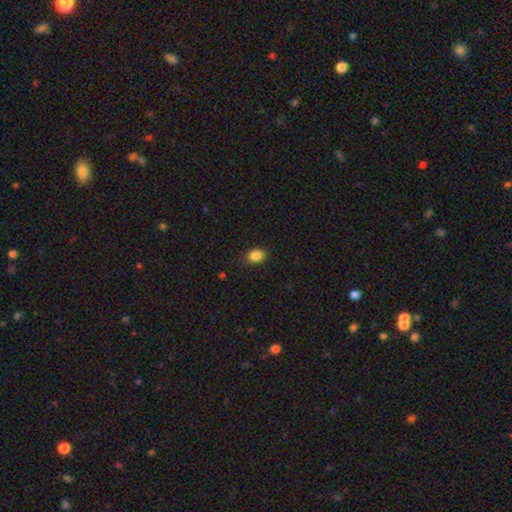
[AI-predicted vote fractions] Smooth or featured: smooth — 86% (star or artifact — 10%)
How rounded: in between — 58% (round — 41%)
Merging: none — 86% (minor disturbance — 10%)